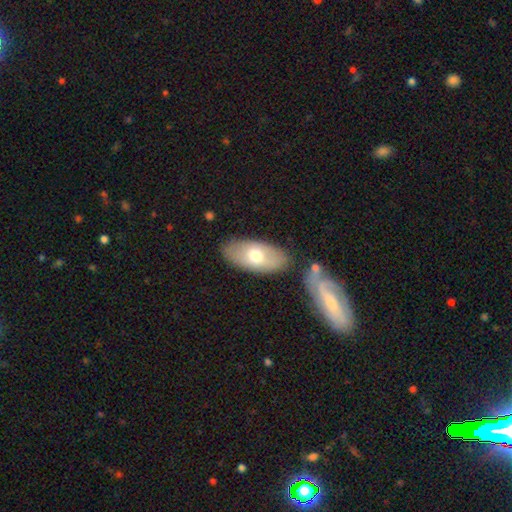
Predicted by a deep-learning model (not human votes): smooth-or-featured: smooth: 64% | featured or disk: 29% | star or artifact: 6%
  how-rounded: in between: 92% | cigar-shaped: 5% | round: 4%
  merging: none: 79% | minor disturbance: 13% | merger: 5% | major disturbance: 3%